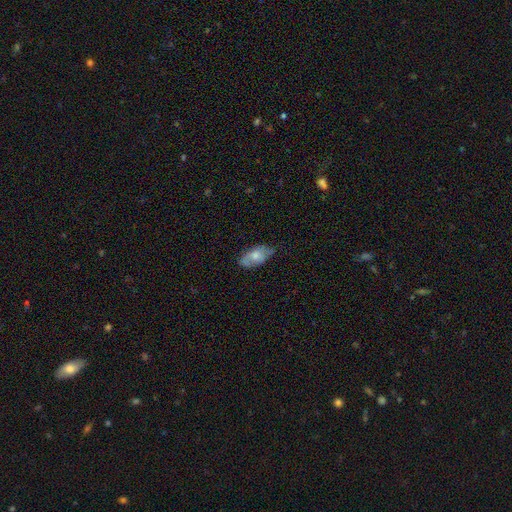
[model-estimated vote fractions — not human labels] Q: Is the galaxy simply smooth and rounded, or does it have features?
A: smooth — 55%.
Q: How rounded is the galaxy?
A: in between — 91%.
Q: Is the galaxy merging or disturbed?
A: none — 60%.